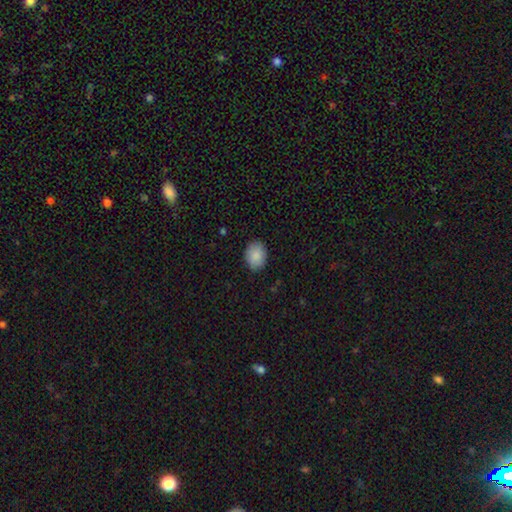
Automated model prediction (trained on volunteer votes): Smooth or featured?
  - smooth: 89% *
  - star or artifact: 7%
  - featured or disk: 5%
How rounded?
  - in between: 67% *
  - round: 32%
  - cigar-shaped: 1%
Merging?
  - none: 86% *
  - minor disturbance: 11%
  - major disturbance: 2%
  - merger: 1%